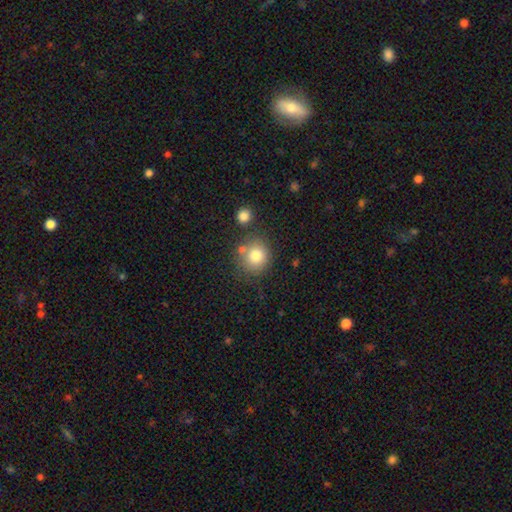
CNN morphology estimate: A smooth galaxy with no disk features (79%) that is round (85%).

Vote fractions:
- Smooth or featured? smooth: 79% / star or artifact: 11% / featured or disk: 10%
- How rounded? round: 85% / in between: 15% / cigar-shaped: 1%
- Merging? none: 70% / merger: 14% / minor disturbance: 12% / major disturbance: 4%